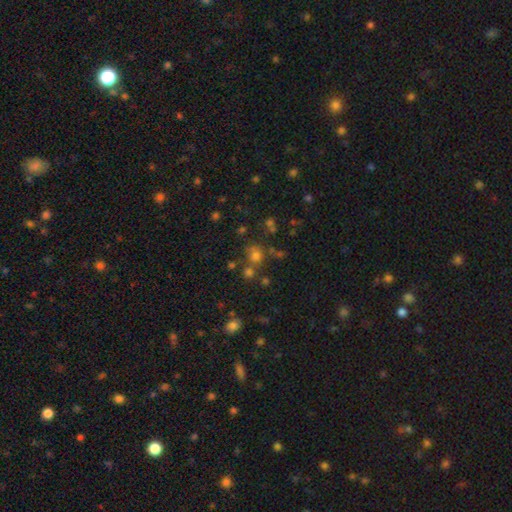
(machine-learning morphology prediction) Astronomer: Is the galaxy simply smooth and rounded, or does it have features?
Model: smooth — 67%.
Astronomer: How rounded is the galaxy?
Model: round — 77%.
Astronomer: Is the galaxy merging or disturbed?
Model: none — 61%.